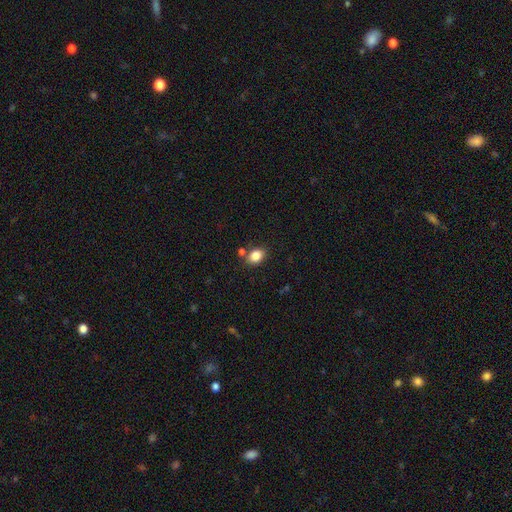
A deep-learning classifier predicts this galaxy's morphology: Smooth or featured? Predicted: smooth (p=0.83). How rounded? Predicted: in between (p=0.66). Merging? Predicted: none (p=0.73).